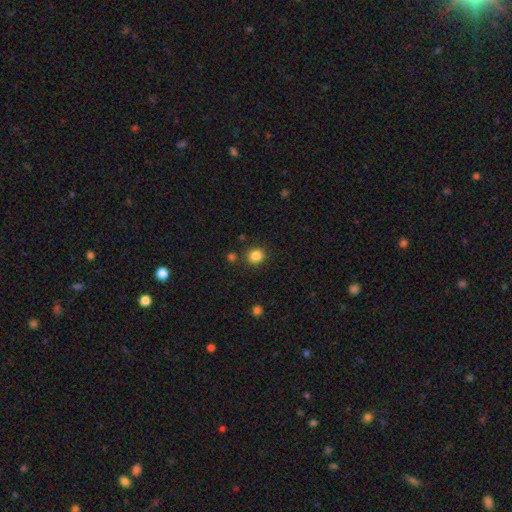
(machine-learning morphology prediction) This appears to be a smooth galaxy with no disk features (85%) that is round (86%). Merging: none (85%).